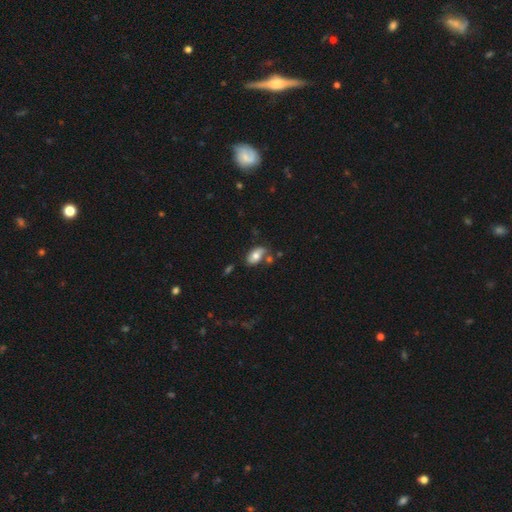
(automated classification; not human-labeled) smooth_or_featured: smooth (p=0.69) [alt: featured or disk p=0.23]
how_rounded: in between (p=0.91) [alt: round p=0.06]
merging: none (p=0.58) [alt: minor disturbance p=0.20]